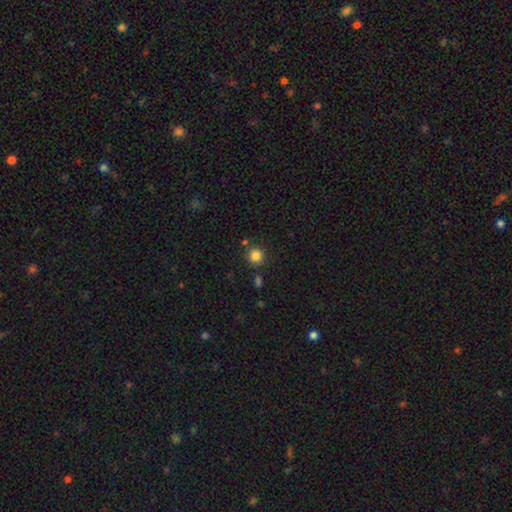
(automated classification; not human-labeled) This is clearly a smooth galaxy (84%). How rounded: clearly round (92%). Merging: clearly none (84%).